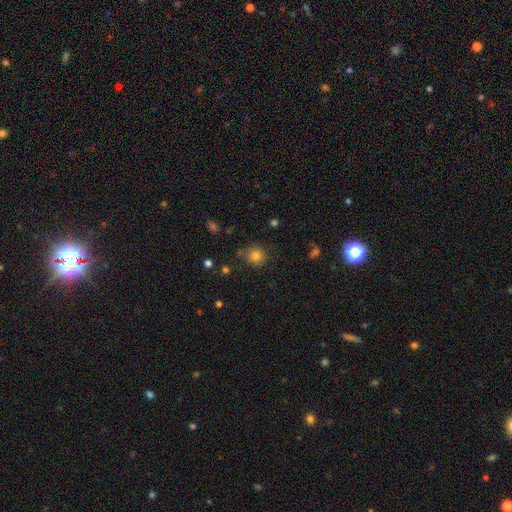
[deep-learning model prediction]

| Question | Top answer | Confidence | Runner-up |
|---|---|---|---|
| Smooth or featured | smooth | 81% | star or artifact (13%) |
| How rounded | round | 90% | in between (9%) |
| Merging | none | 78% | minor disturbance (14%) |